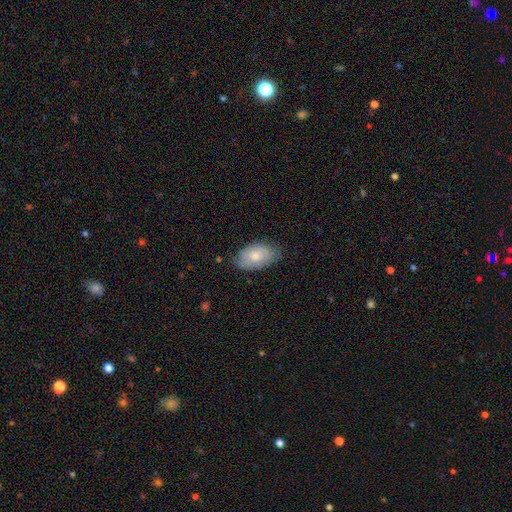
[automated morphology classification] The model was most divided on "merging": none: 66%, minor disturbance: 27%, major disturbance: 5%, merger: 1%. More confident: how rounded — in between (93%); smooth or featured — smooth (68%).